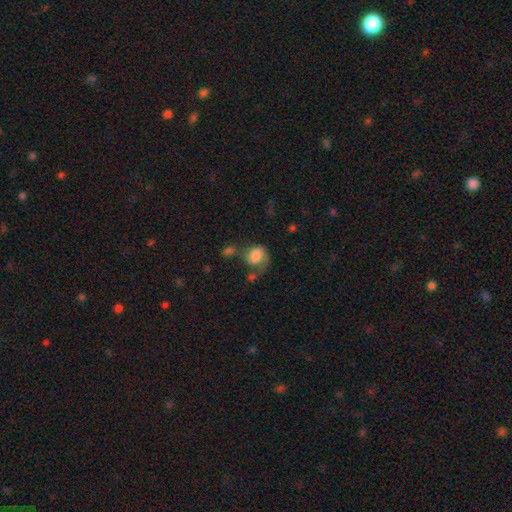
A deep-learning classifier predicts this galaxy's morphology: This appears to be a smooth galaxy with no disk features (58%) that is in between round and cigar-shaped (51%). Merging: major disturbance (36%).